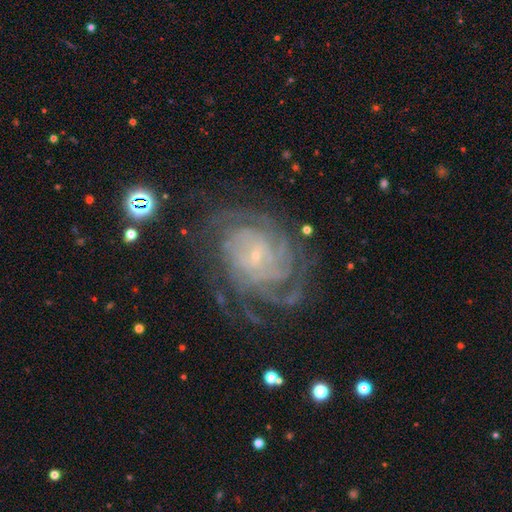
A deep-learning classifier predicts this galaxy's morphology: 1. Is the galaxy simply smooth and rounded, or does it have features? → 85% featured or disk, 8% star or artifact, 7% smooth.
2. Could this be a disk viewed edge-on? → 97% no, 3% yes.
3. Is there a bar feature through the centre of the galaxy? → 64% no, 27% weak, 8% strong.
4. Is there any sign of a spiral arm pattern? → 96% yes, 4% no.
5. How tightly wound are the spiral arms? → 71% tight, 23% medium, 5% loose.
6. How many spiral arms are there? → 29% can't tell, 23% 4, 20% more than 4, 11% 3, 9% 2, 7% 1.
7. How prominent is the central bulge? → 85% small, 8% moderate, 4% none, 2% large, 1% dominant.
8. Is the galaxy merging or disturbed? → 69% none, 17% minor disturbance, 12% major disturbance, 2% merger.